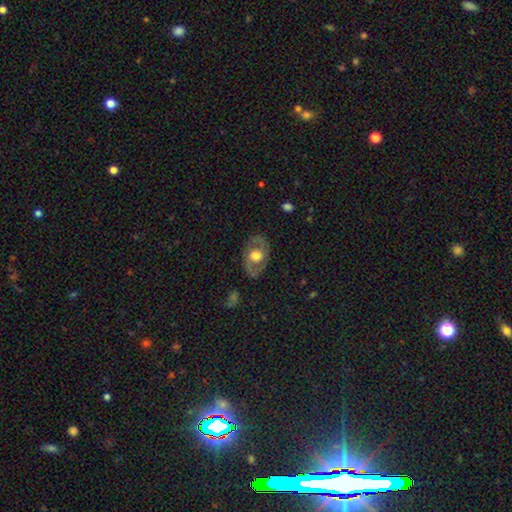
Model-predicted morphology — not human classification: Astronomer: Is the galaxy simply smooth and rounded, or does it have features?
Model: featured or disk — 60%.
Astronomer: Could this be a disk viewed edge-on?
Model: no — 92%.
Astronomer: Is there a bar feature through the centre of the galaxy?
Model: no — 78%.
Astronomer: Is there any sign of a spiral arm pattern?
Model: no — 55% (runner-up: yes, 45%).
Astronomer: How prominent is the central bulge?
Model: moderate — 51% (runner-up: large, 41%).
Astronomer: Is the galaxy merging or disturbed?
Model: none — 78%.